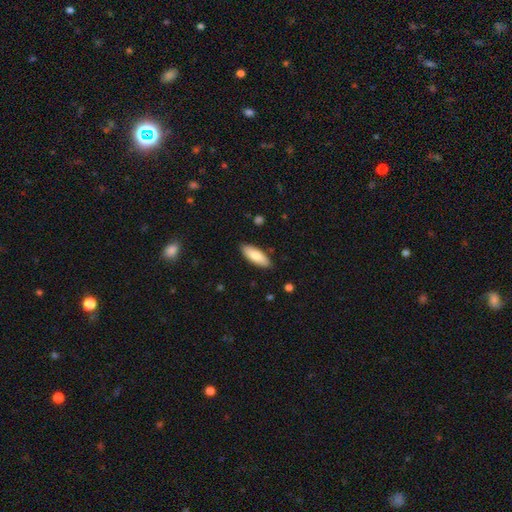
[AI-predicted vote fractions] A smooth galaxy with no disk features (81%) that is in between round and cigar-shaped (73%).

Vote fractions:
- Smooth or featured? smooth: 81% / featured or disk: 13% / star or artifact: 6%
- How rounded? in between: 73% / cigar-shaped: 26% / round: 2%
- Merging? none: 87% / minor disturbance: 10% / major disturbance: 2% / merger: 1%